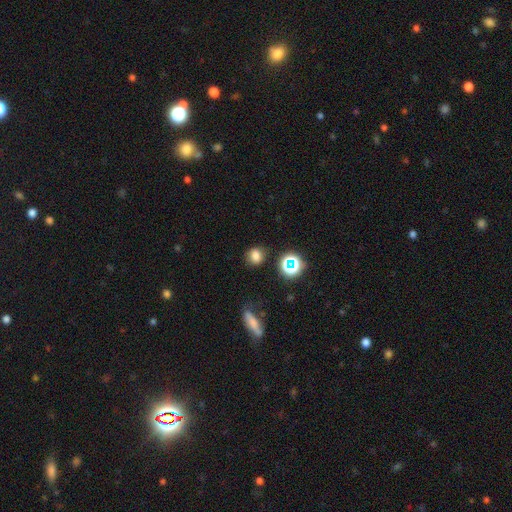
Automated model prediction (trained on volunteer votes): smooth 75%, star or artifact 18%, featured or disk 7%. Down the decision tree: how rounded — round (73%); merging — none (80%).